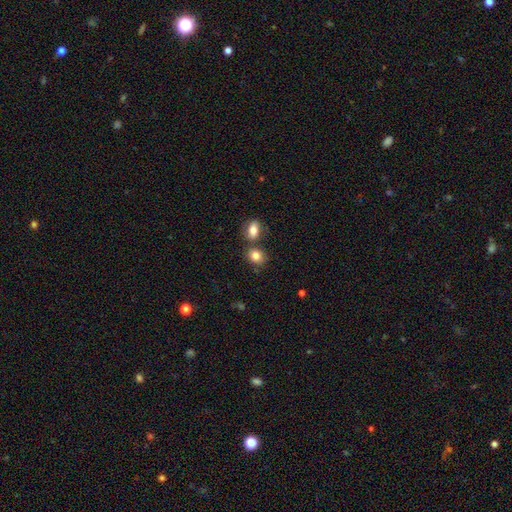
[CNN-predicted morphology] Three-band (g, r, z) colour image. It shows a smooth galaxy with no disk features (84%) that is round (54%). Merging: none (61%).